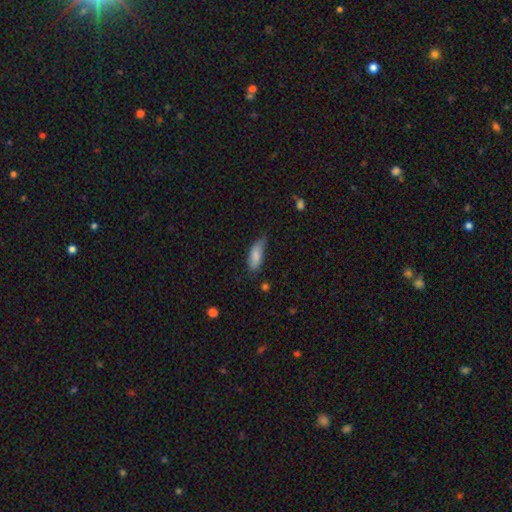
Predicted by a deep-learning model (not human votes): Smooth or featured?
  - smooth: 83% *
  - featured or disk: 10%
  - star or artifact: 6%
How rounded?
  - in between: 73% *
  - cigar-shaped: 25%
  - round: 2%
Merging?
  - none: 45% *
  - minor disturbance: 42%
  - major disturbance: 11%
  - merger: 2%